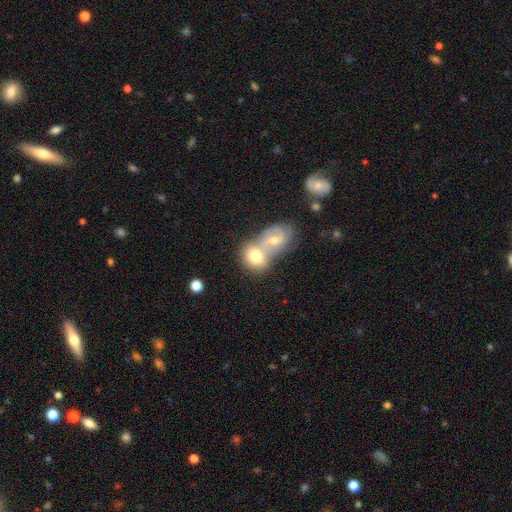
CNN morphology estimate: The model was most divided on "how rounded": round: 53%, in between: 46%, cigar-shaped: 2%. More confident: merging — merger (69%); smooth or featured — smooth (68%).